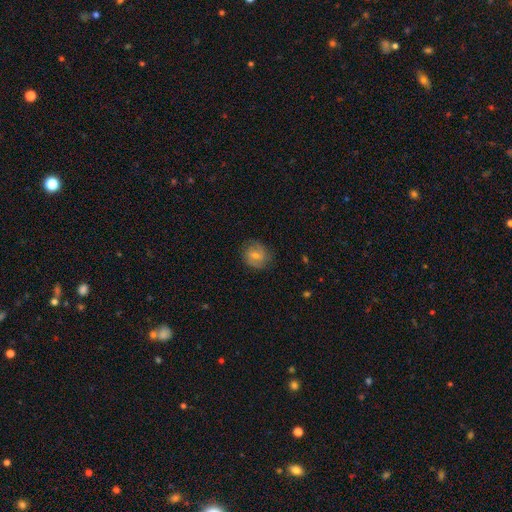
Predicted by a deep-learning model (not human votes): This is possibly a smooth galaxy (54%). How rounded: likely round (75%). Merging: likely none (79%).